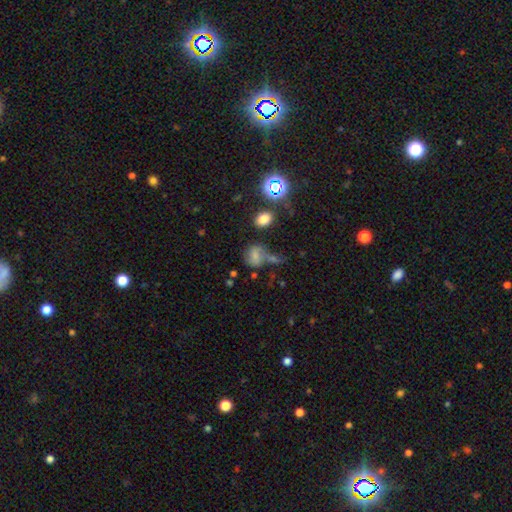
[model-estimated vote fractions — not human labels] The model was most divided on "how rounded": round: 54%, in between: 45%, cigar-shaped: 2%. Remaining: smooth or featured — smooth (60%); merging — none (42%).